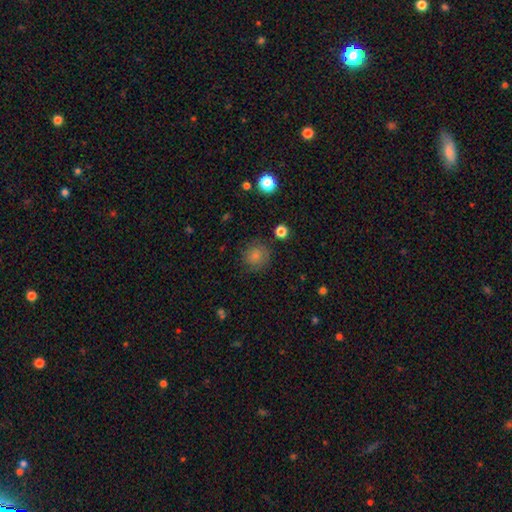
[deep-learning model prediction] Smooth or featured? smooth (81%)
How rounded? round (88%)
Merging? none (77%)